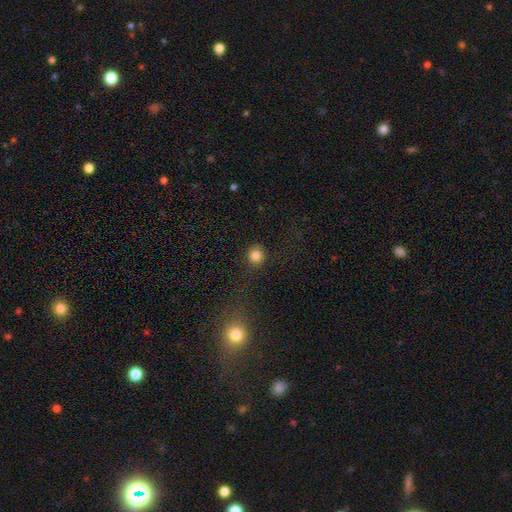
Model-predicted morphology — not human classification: Smooth or featured? smooth (82%)
How rounded? round (85%)
Merging? none (82%)